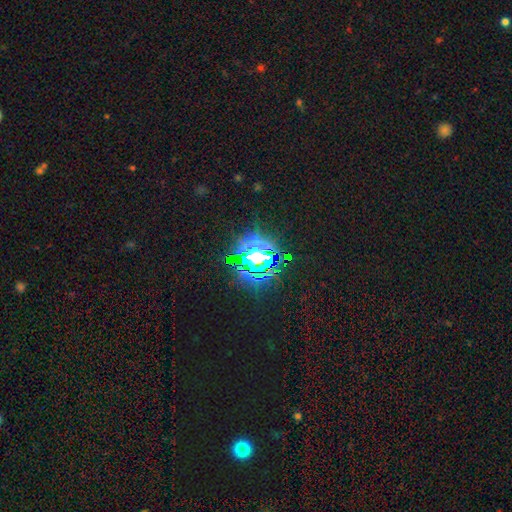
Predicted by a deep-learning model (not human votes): A star or artifact, not a galaxy (68%).